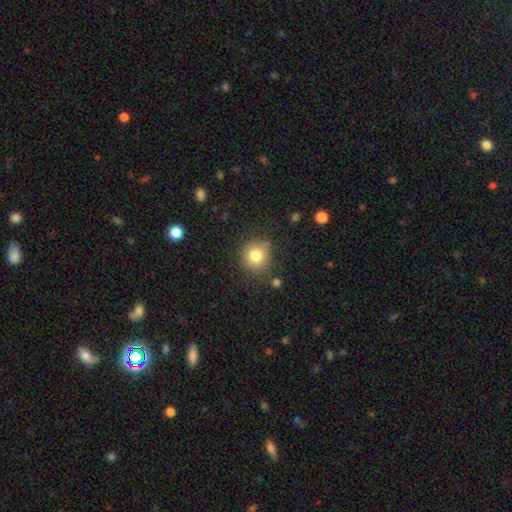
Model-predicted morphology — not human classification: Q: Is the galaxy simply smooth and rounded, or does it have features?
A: smooth — 81%.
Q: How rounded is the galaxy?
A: round — 86%.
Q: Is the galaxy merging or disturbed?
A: none — 79%.